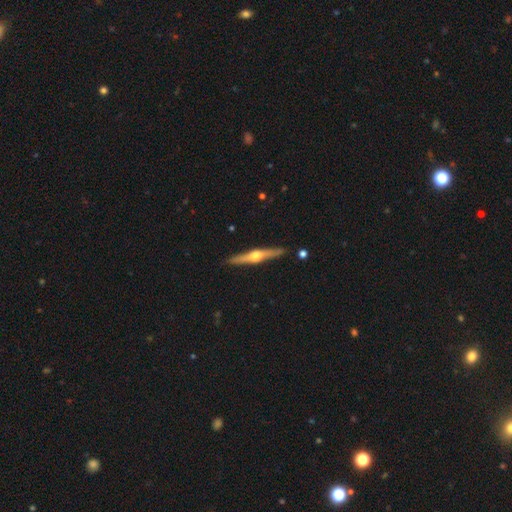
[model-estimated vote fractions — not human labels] This appears to be a featured or disk galaxy (76%) viewed edge-on (98%) with a rounded central bulge (95%). Merging: none (91%).